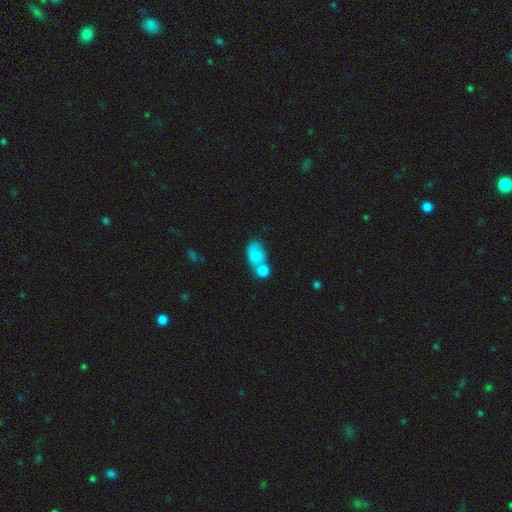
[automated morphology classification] A smooth galaxy with no disk features (76%) that is in between round and cigar-shaped (78%). Merging: merger (54%).